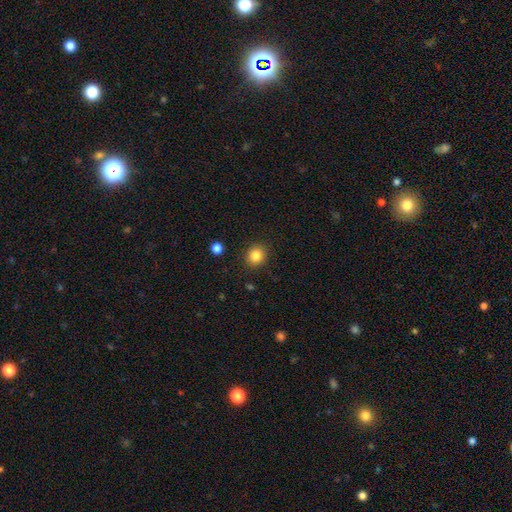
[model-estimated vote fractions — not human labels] Morphology: type=smooth (84%); roundness=round (82%); merging=none (90%).